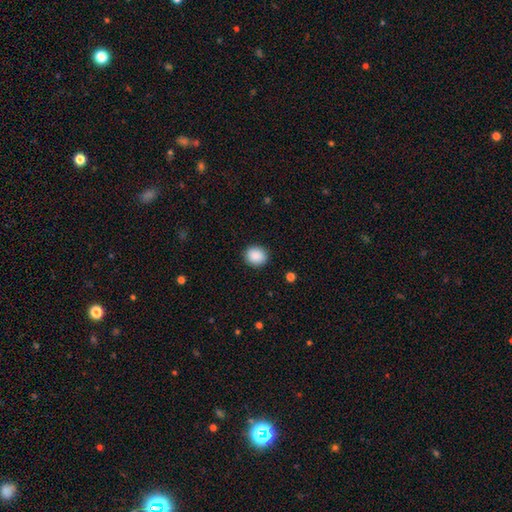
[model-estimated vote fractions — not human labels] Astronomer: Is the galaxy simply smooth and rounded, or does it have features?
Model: smooth — 89%.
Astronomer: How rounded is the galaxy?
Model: round — 76%.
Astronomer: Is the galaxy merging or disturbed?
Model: none — 90%.